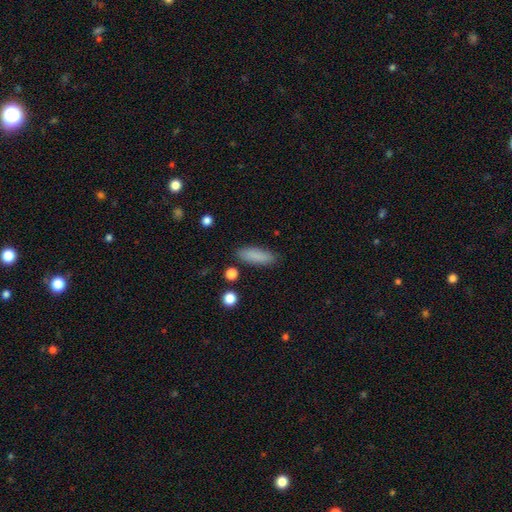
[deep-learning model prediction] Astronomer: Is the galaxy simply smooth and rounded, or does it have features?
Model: smooth — 86%.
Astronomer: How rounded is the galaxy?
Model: cigar-shaped — 52% (runner-up: in between, 46%).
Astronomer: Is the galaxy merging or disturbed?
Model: none — 87%.